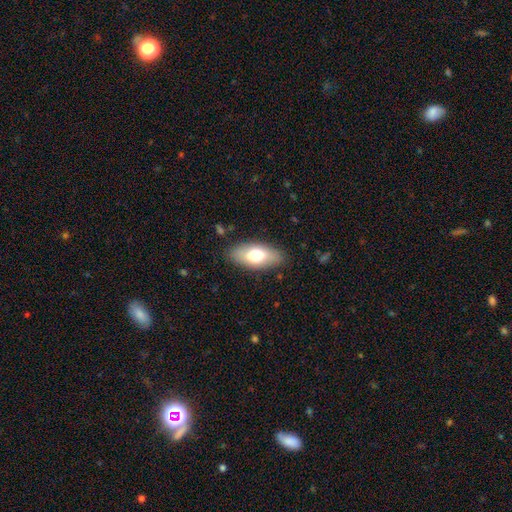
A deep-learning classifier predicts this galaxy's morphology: type=smooth (68%); roundness=in between (87%); merging=none (85%).